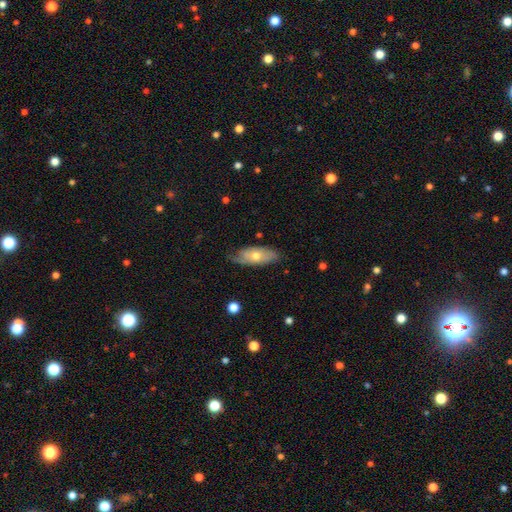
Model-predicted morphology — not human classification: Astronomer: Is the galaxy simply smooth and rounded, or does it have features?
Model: smooth — 51% (runner-up: featured or disk, 43%).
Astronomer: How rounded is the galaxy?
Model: in between — 79%.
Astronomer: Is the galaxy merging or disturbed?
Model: none — 67%.